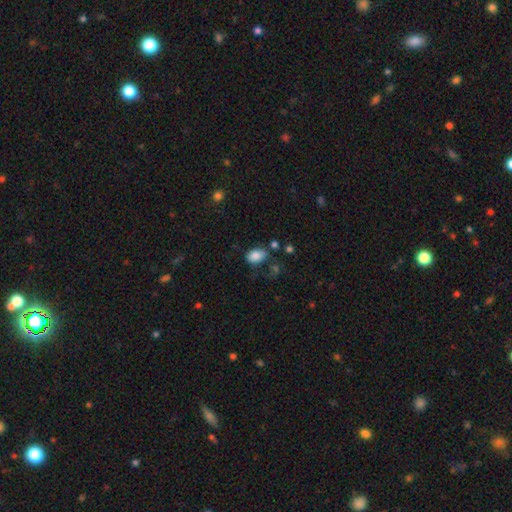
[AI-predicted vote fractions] Overall: smooth (84%). How rounded: in between (85%). Merging: none (57%; minor disturbance 27%).